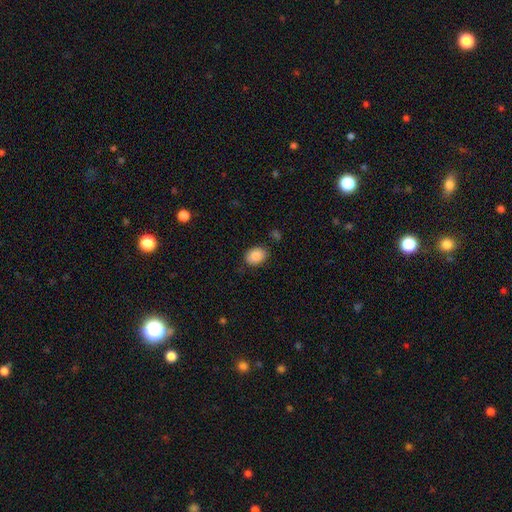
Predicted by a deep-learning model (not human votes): This appears to be a smooth galaxy with no disk features (87%) that is in between round and cigar-shaped (72%). Merging: none (83%).